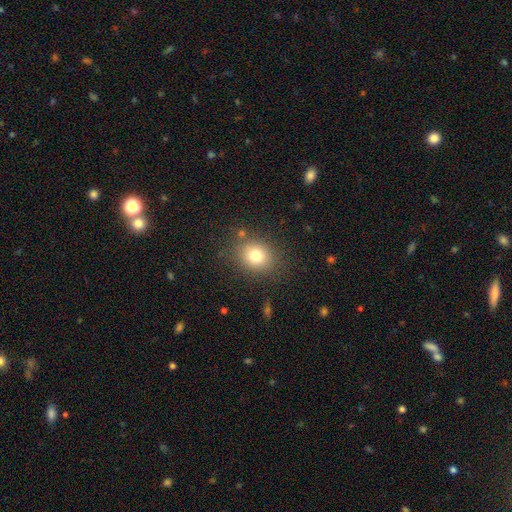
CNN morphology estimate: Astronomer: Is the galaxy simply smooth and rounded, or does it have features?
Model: smooth — 77%.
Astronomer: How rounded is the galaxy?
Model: round — 65%.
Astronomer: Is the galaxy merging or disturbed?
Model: none — 82%.